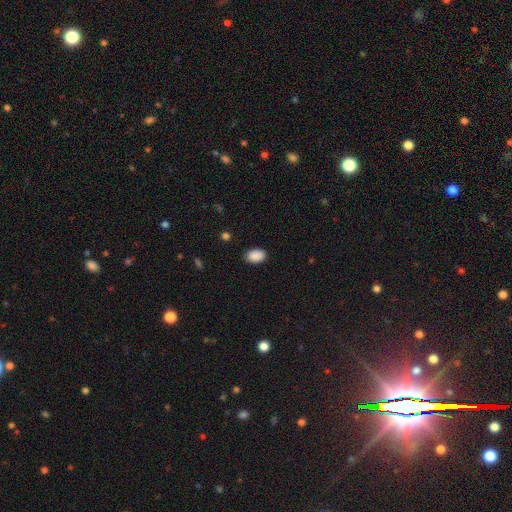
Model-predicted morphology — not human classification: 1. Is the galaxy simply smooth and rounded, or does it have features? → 90% smooth, 7% star or artifact, 3% featured or disk.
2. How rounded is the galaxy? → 89% in between, 10% round, 1% cigar-shaped.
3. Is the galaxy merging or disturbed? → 86% none, 10% minor disturbance, 2% major disturbance, 1% merger.